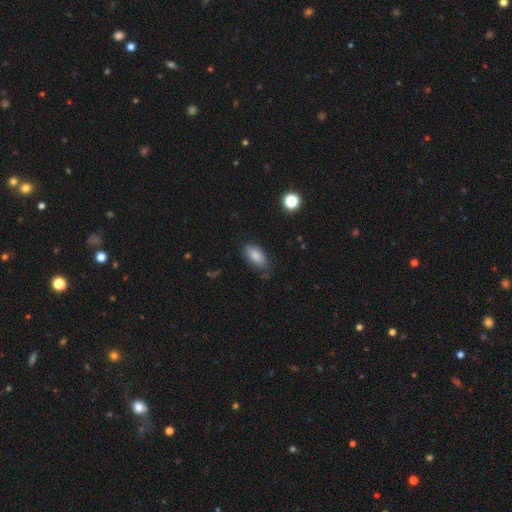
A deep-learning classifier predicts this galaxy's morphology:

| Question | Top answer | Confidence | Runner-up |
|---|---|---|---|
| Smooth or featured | smooth | 83% | featured or disk (9%) |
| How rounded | in between | 92% | cigar-shaped (4%) |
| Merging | none | 67% | minor disturbance (25%) |